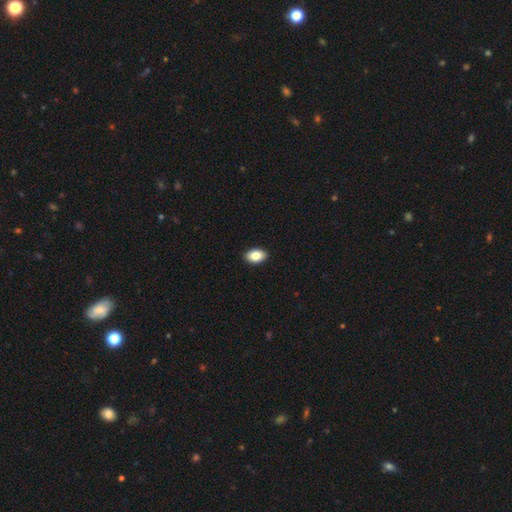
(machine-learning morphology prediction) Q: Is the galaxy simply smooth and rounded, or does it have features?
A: smooth — 84%.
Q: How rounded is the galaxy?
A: in between — 90%.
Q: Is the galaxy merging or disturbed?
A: none — 91%.